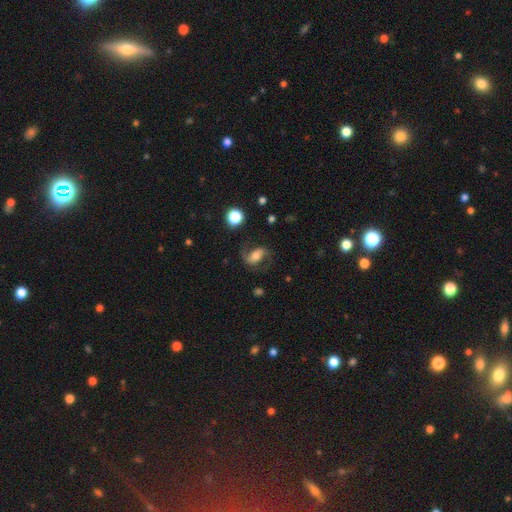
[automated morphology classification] Smooth or featured?
  - featured or disk: 62% *
  - smooth: 29%
  - star or artifact: 10%
Edge-on disk?
  - no: 95% *
  - yes: 5%
Bar?
  - weak: 36% *
  - no: 34%
  - strong: 30%
Spiral arms?
  - yes: 90% *
  - no: 10%
Spiral winding?
  - loose: 46% *
  - medium: 42%
  - tight: 13%
Spiral arm count?
  - 2: 89% *
  - can't tell: 4%
  - 1: 4%
  - 3: 1%
  - 4: 1%
  - more than 4: 1%
Bulge size?
  - moderate: 52% *
  - small: 21%
  - large: 20%
  - dominant: 4%
  - none: 4%
Merging?
  - none: 69% *
  - minor disturbance: 17%
  - major disturbance: 12%
  - merger: 2%